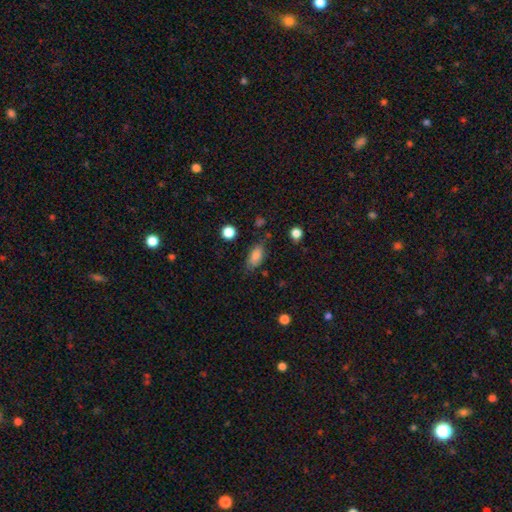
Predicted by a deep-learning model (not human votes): The model was most divided on "merging": none: 70%, minor disturbance: 21%, major disturbance: 6%, merger: 3%. More confident: how rounded — in between (87%); smooth or featured — smooth (81%).